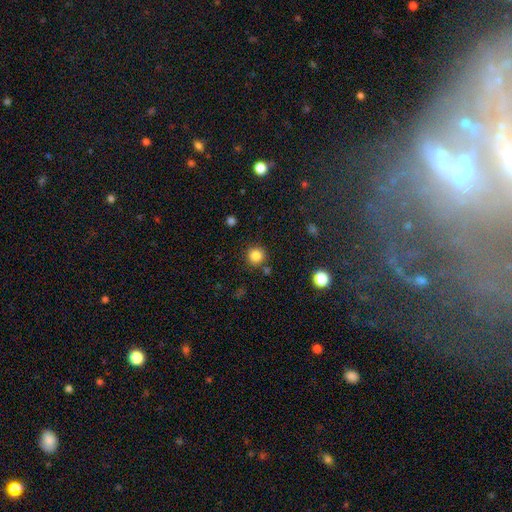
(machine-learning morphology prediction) smooth-or-featured: smooth: 84% | star or artifact: 12% | featured or disk: 4%
  how-rounded: round: 93% | in between: 6% | cigar-shaped: 1%
  merging: none: 83% | minor disturbance: 8% | merger: 5% | major disturbance: 3%